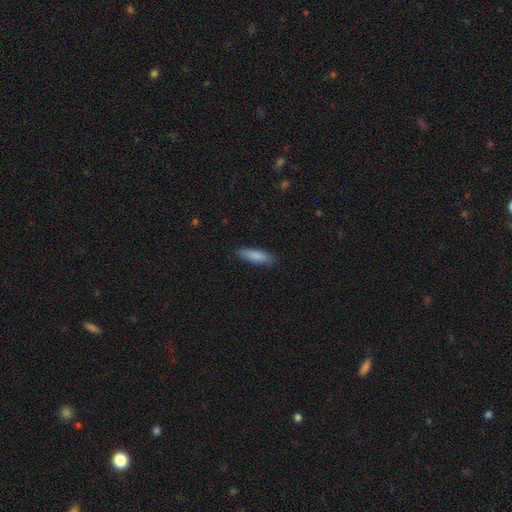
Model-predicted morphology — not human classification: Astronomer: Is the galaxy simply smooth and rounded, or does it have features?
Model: smooth — 87%.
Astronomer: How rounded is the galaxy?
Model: cigar-shaped — 54% (runner-up: in between, 44%).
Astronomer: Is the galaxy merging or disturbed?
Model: none — 84%.